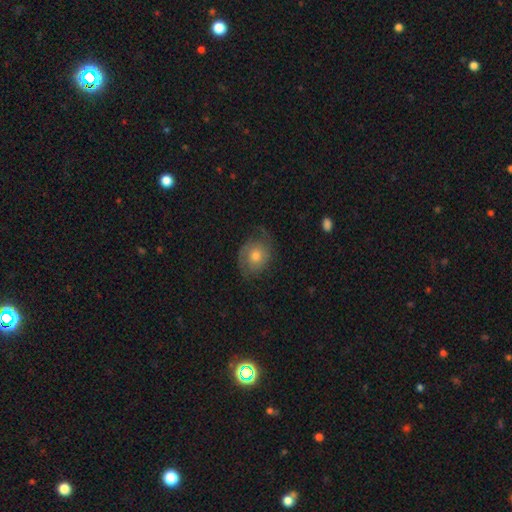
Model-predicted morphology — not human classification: A featured or disk galaxy (58%) with no bar (80%), spiral arms (87%) and a moderate central bulge (63%). Merging: none (67%).